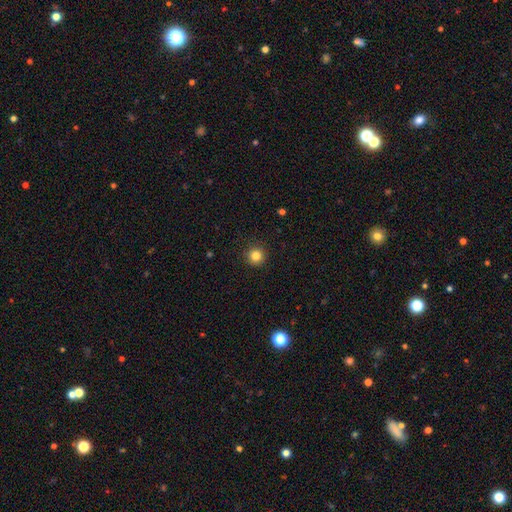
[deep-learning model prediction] Smooth or featured: smooth — 83% (star or artifact — 12%)
How rounded: round — 95% (in between — 4%)
Merging: none — 92% (minor disturbance — 5%)